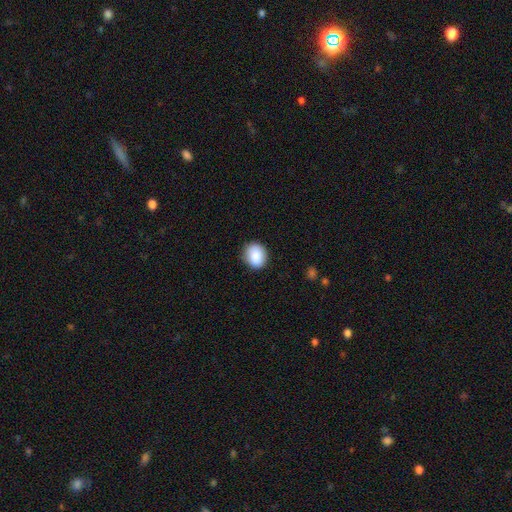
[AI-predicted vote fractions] smooth_or_featured: smooth (p=0.88) [alt: star or artifact p=0.08]
how_rounded: round (p=0.61) [alt: in between p=0.38]
merging: none (p=0.85) [alt: minor disturbance p=0.11]